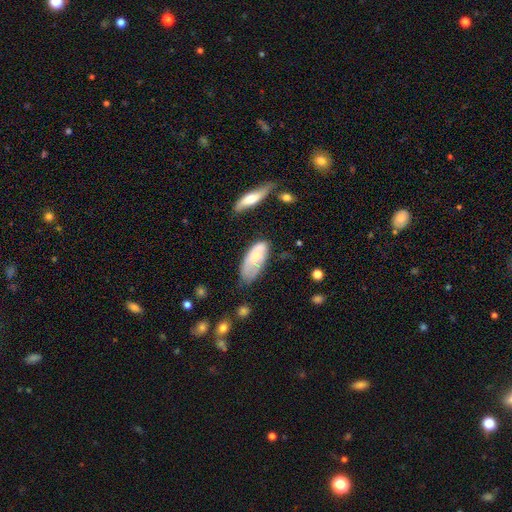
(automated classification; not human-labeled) Morphology: type=smooth (62%); roundness=in between (86%); merging=none (41%).